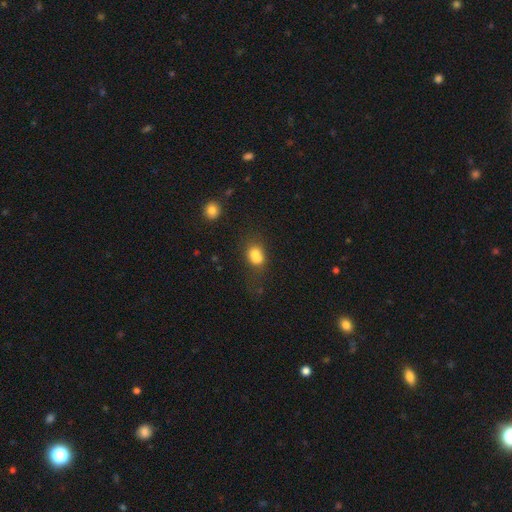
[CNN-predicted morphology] Smooth or featured?
  - smooth: 72% *
  - featured or disk: 16%
  - star or artifact: 12%
How rounded?
  - round: 51% *
  - in between: 48%
  - cigar-shaped: 2%
Merging?
  - merger: 50% *
  - none: 31%
  - minor disturbance: 12%
  - major disturbance: 7%